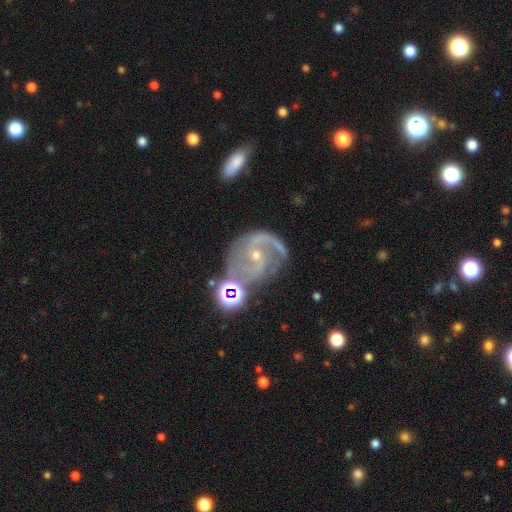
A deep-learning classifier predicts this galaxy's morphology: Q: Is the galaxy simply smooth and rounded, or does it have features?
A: featured or disk — 86%.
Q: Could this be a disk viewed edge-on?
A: no — 97%.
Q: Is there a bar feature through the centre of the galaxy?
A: no — 48%.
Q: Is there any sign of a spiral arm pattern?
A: yes — 96%.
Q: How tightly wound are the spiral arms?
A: medium — 50%.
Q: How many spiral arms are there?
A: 2 — 67%.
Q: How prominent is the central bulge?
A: small — 73%.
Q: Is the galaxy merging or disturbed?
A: none — 55%.